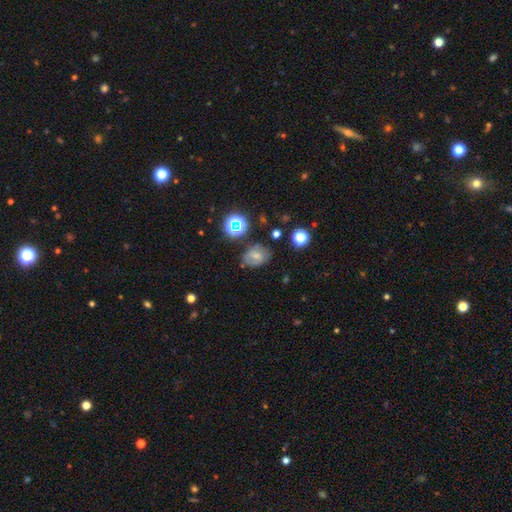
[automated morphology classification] smooth 53%, featured or disk 30%, star or artifact 17%. Down the decision tree: how rounded — in between (55%); merging — none (70%).